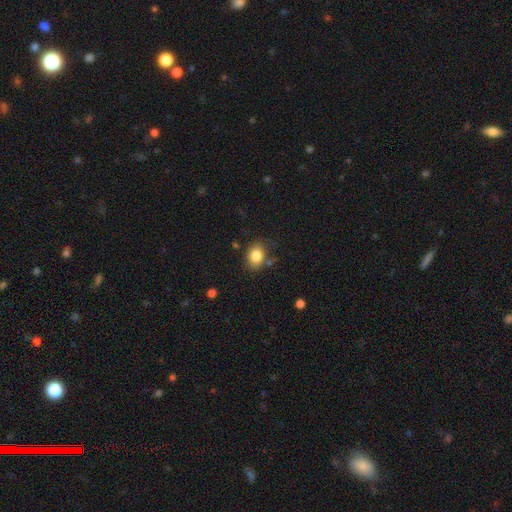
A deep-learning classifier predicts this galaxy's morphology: A smooth galaxy with no disk features (83%) that is in between round and cigar-shaped (64%).

Vote fractions:
- Smooth or featured? smooth: 83% / star or artifact: 9% / featured or disk: 8%
- How rounded? in between: 64% / round: 35% / cigar-shaped: 1%
- Merging? none: 78% / minor disturbance: 15% / major disturbance: 4% / merger: 4%